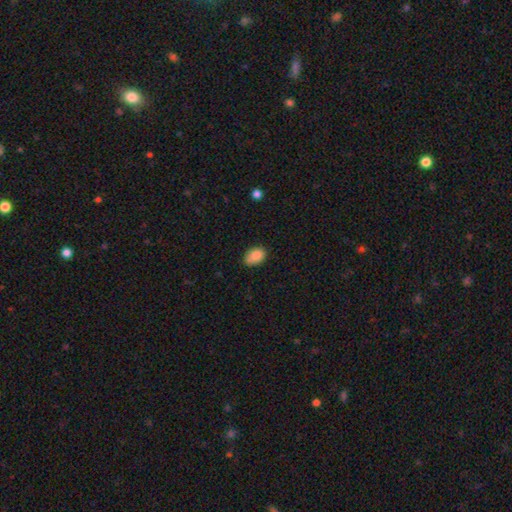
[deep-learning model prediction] Q: Smooth or featured?
A: smooth (87%); runner-up: star or artifact (8%)
Q: How rounded?
A: in between (82%); runner-up: round (17%)
Q: Merging?
A: none (75%); runner-up: minor disturbance (21%)